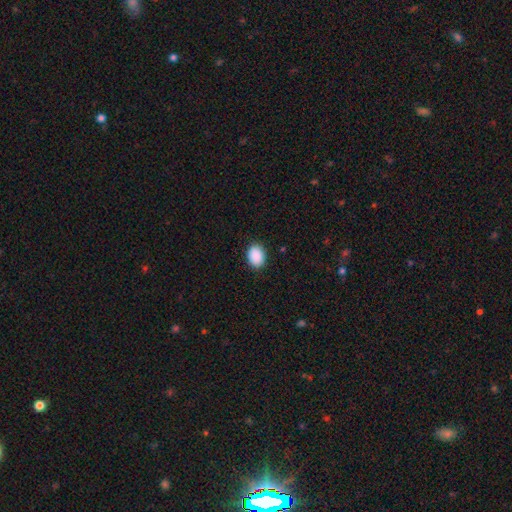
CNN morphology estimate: smooth 90%, star or artifact 7%, featured or disk 2%. Down the decision tree: how rounded — in between (68%); merging — none (89%).